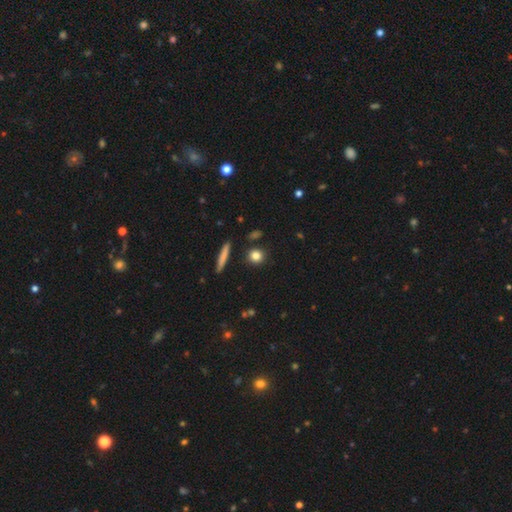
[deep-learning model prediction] smooth_or_featured: smooth (p=0.82) [alt: star or artifact p=0.09]
how_rounded: round (p=0.81) [alt: in between p=0.13]
merging: none (p=0.88) [alt: minor disturbance p=0.07]